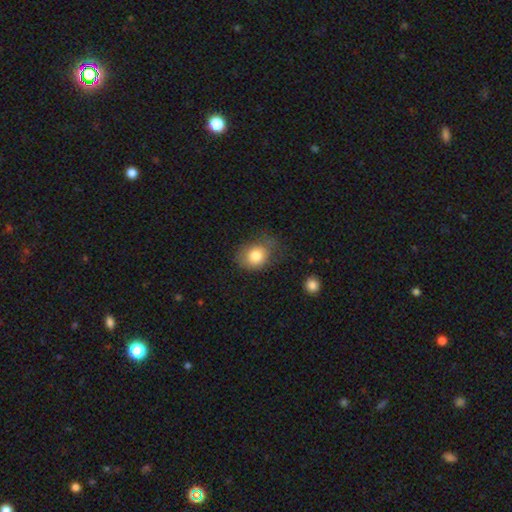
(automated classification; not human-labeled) The model was most divided on "how rounded": round: 53%, in between: 46%, cigar-shaped: 1%. Remaining: smooth or featured — smooth (80%); merging — none (48%).